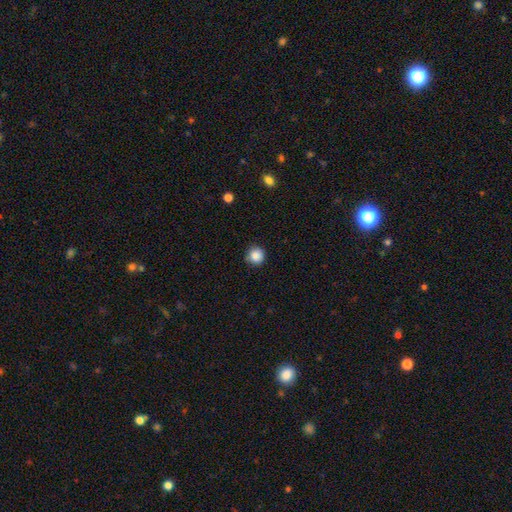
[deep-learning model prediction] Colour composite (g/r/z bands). It shows a smooth galaxy with no disk features (87%) that is round (94%). Merging: none (86%).